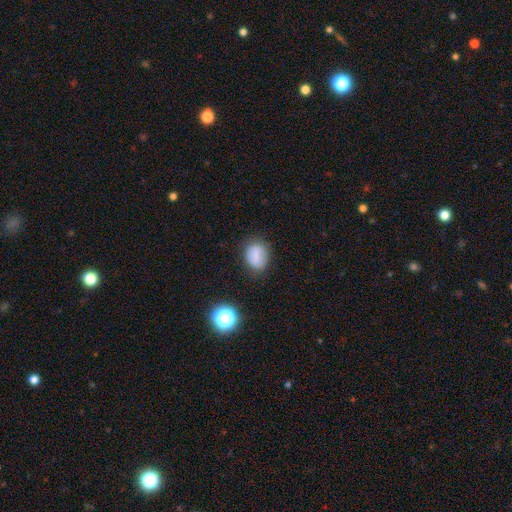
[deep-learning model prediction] Q: Smooth or featured?
A: smooth (76%); runner-up: featured or disk (12%)
Q: How rounded?
A: in between (54%); runner-up: round (45%)
Q: Merging?
A: none (75%); runner-up: minor disturbance (18%)